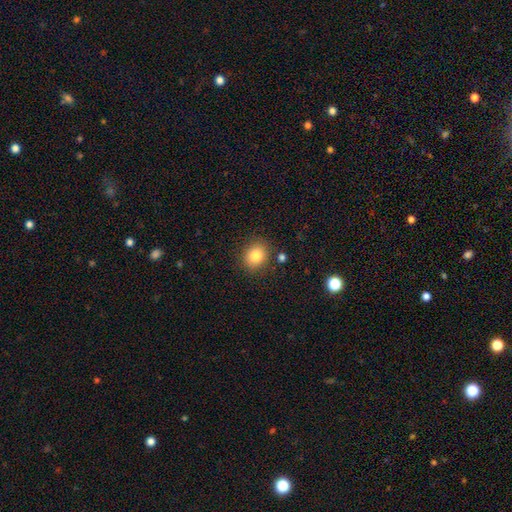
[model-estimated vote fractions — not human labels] This appears to be a smooth galaxy with no disk features (84%) that is round (63%). Merging: none (84%).